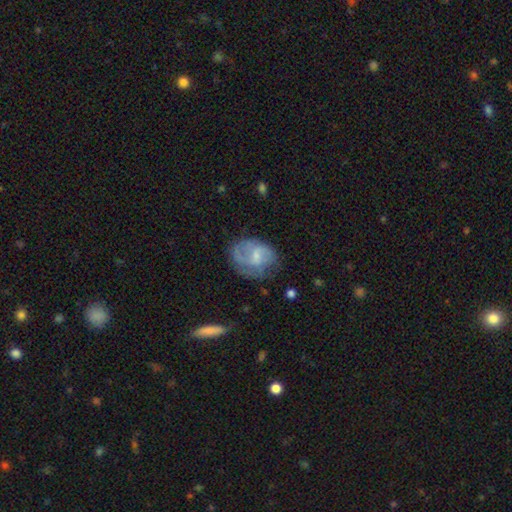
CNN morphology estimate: A featured or disk galaxy (57%) with a weak bar (46%, tied with no), spiral arms (76%) and a small central bulge (54%).

Vote fractions:
- Smooth or featured? featured or disk: 57% / smooth: 36% / star or artifact: 7%
- Edge-on disk? no: 97% / yes: 3%
- Bar? weak: 46% (tied) / no: 46% (tied) / strong: 8%
- Spiral arms? yes: 76% / no: 24%
- Bulge size? small: 54% / moderate: 29% / none: 14% / large: 2% / dominant: 1%
- Merging? none: 54% / minor disturbance: 26% / major disturbance: 17% / merger: 2%